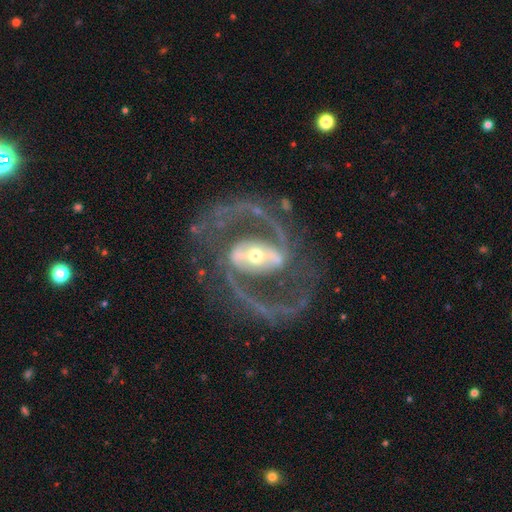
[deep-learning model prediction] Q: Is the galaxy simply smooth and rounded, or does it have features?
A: featured or disk — 92%.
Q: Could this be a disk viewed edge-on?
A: no — 97%.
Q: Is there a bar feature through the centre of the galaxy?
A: strong — 55%.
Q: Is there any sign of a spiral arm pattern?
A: yes — 97%.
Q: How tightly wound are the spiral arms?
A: medium — 65%.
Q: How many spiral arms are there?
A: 2 — 93%.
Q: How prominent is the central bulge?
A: moderate — 47%.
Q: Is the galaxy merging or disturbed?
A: none — 80%.